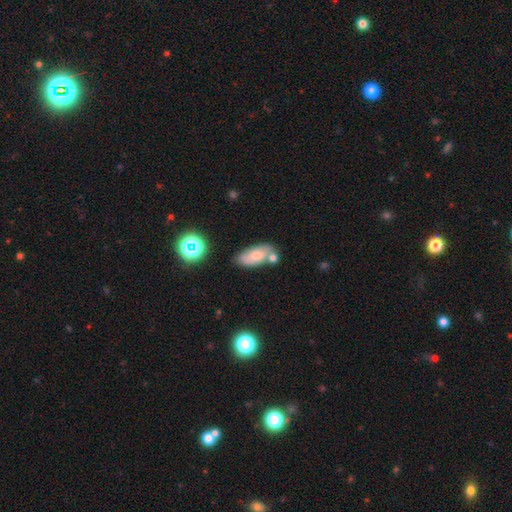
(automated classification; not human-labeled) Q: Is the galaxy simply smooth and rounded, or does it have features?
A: smooth — 71%.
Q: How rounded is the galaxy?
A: in between — 87%.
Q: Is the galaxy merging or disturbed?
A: none — 57%.